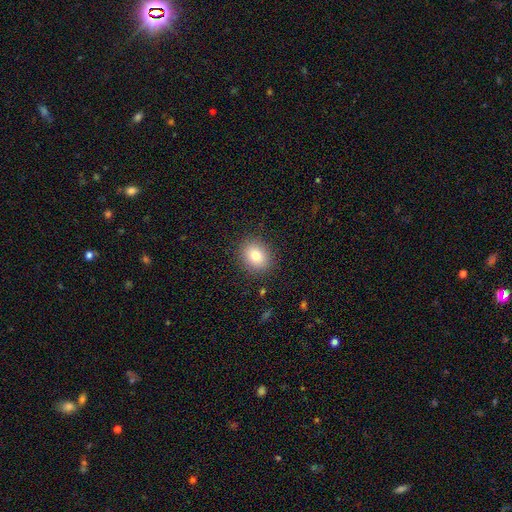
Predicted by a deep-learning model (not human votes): Smooth or featured?
  - smooth: 80% *
  - star or artifact: 10%
  - featured or disk: 9%
How rounded?
  - round: 62% *
  - in between: 37%
  - cigar-shaped: 1%
Merging?
  - none: 88% *
  - minor disturbance: 8%
  - major disturbance: 3%
  - merger: 1%